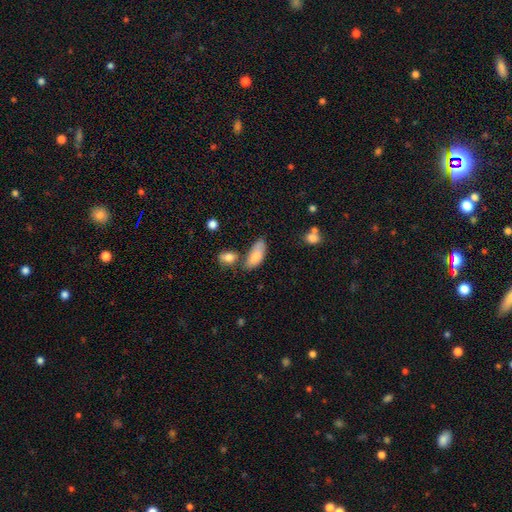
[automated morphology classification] Smooth or featured? Predicted: smooth (p=0.82). How rounded? Predicted: in between (p=0.85). Merging? Predicted: none (p=0.47).